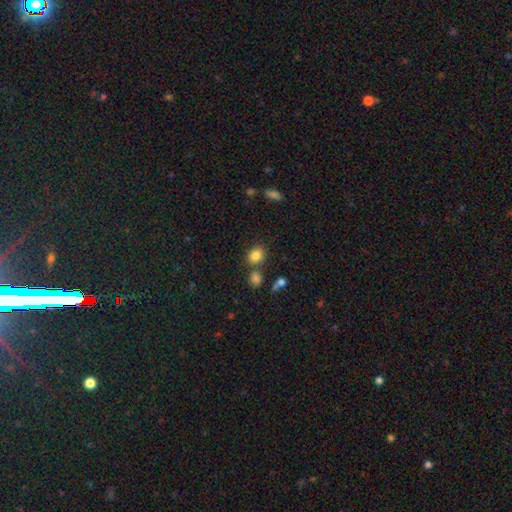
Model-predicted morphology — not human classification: Smooth or featured?
  - smooth: 83% *
  - star or artifact: 11%
  - featured or disk: 6%
How rounded?
  - round: 64% *
  - in between: 35%
  - cigar-shaped: 1%
Merging?
  - none: 71% *
  - merger: 15%
  - minor disturbance: 11%
  - major disturbance: 4%